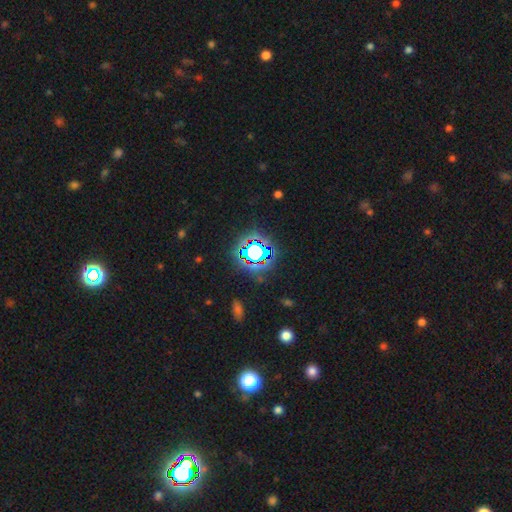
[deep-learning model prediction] Smooth or featured: star or artifact — 69% (smooth — 18%)